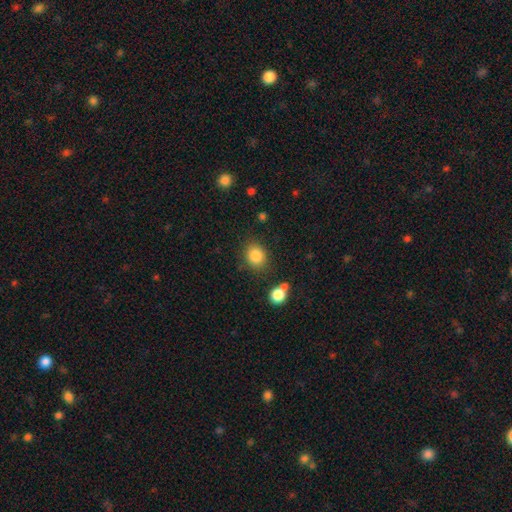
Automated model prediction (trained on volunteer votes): Smooth or featured?
  - smooth: 85% *
  - star or artifact: 10%
  - featured or disk: 5%
How rounded?
  - round: 68% *
  - in between: 31%
  - cigar-shaped: 1%
Merging?
  - none: 81% *
  - minor disturbance: 11%
  - merger: 4%
  - major disturbance: 4%